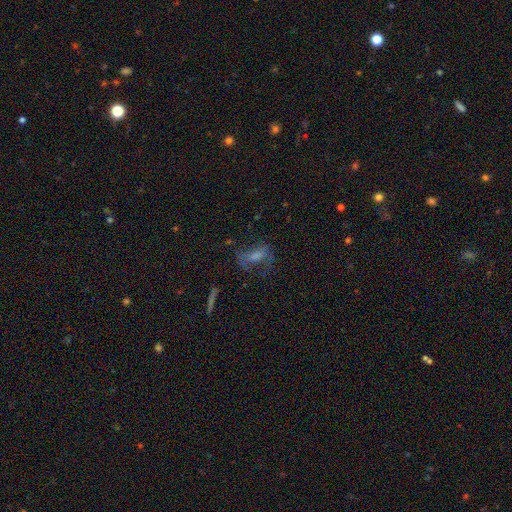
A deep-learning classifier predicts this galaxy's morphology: Smooth or featured?
  - featured or disk: 47% *
  - smooth: 35%
  - star or artifact: 18%
Merging?
  - none: 45% *
  - major disturbance: 32%
  - minor disturbance: 20%
  - merger: 3%